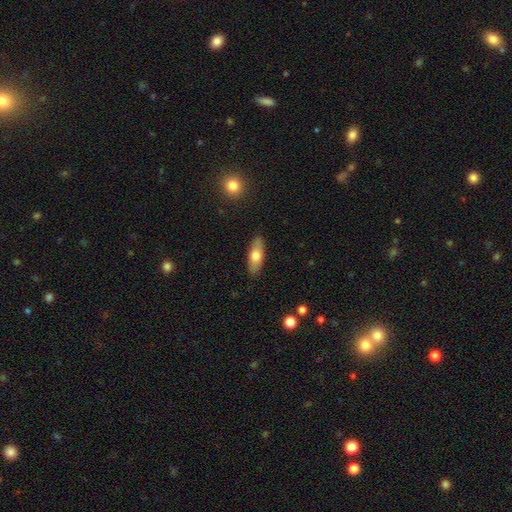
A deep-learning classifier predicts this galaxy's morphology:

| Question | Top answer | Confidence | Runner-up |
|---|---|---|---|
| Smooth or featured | smooth | 66% | featured or disk (28%) |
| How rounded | in between | 63% | cigar-shaped (34%) |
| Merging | none | 88% | minor disturbance (9%) |